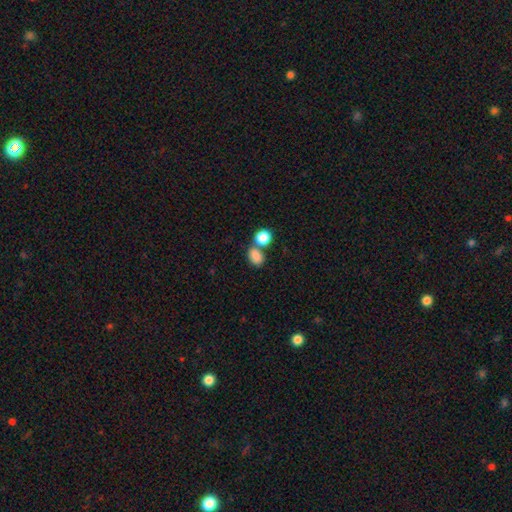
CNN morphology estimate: A smooth galaxy with no disk features (84%) that is in between round and cigar-shaped (68%).

Vote fractions:
- Smooth or featured? smooth: 84% / star or artifact: 10% / featured or disk: 6%
- How rounded? in between: 68% / round: 31% / cigar-shaped: 1%
- Merging? none: 52% / merger: 33% / minor disturbance: 11% / major disturbance: 4%